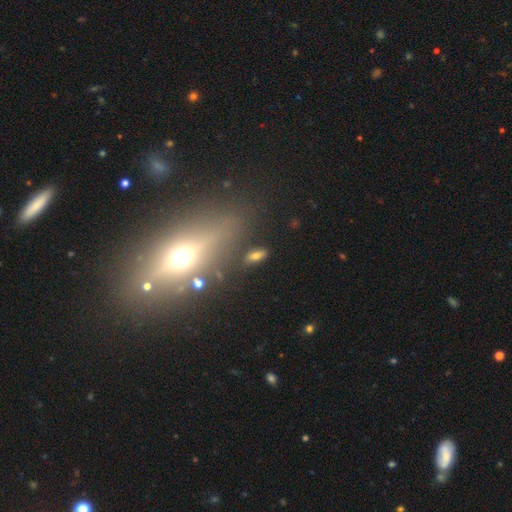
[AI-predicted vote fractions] This appears to be a smooth galaxy with no disk features (68%) that is in between round and cigar-shaped (74%). Merging: none (81%).